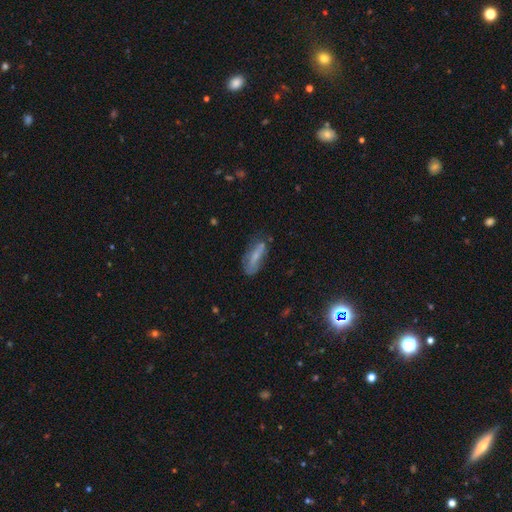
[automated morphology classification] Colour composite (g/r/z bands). It shows a smooth galaxy with no disk features (57%) that is in between round and cigar-shaped (50%). Merging: none (57%).